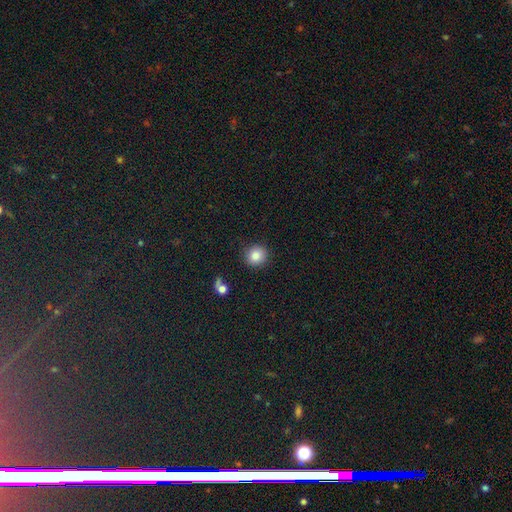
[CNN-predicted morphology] This appears to be a smooth galaxy with no disk features (83%) that is round (90%). Merging: none (89%).